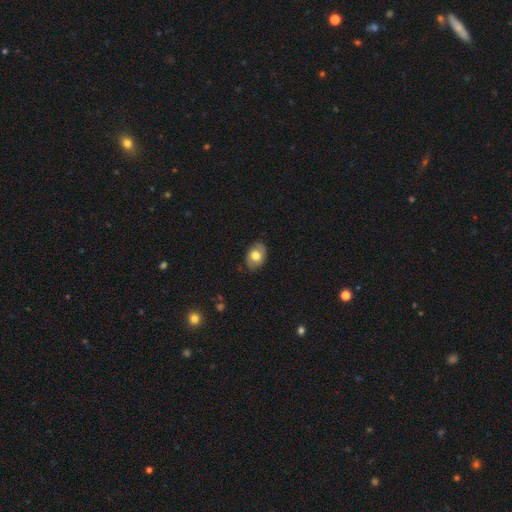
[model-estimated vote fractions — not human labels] A smooth galaxy with no disk features (72%) that is in between round and cigar-shaped (80%).

Vote fractions:
- Smooth or featured? smooth: 72% / featured or disk: 21% / star or artifact: 7%
- How rounded? in between: 80% / round: 19% / cigar-shaped: 1%
- Merging? none: 83% / minor disturbance: 13% / major disturbance: 2% / merger: 1%